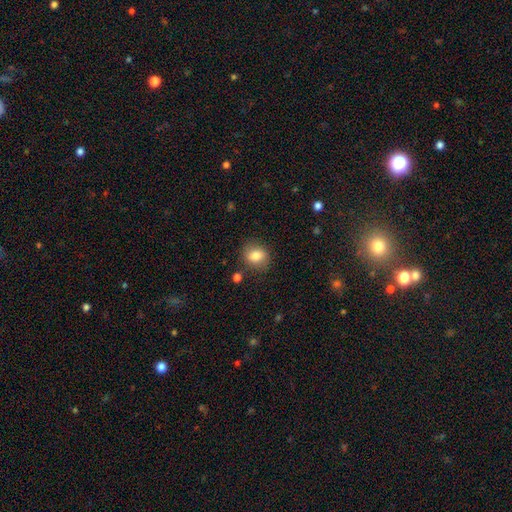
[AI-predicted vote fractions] This is clearly a smooth galaxy (81%). How rounded: possibly round (60%). Merging: clearly none (83%).